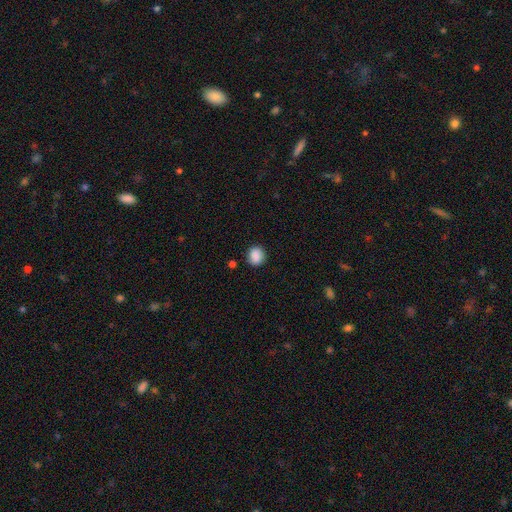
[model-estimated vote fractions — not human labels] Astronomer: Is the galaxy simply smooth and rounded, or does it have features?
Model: smooth — 88%.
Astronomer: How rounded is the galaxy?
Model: round — 75%.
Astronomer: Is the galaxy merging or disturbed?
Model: none — 84%.